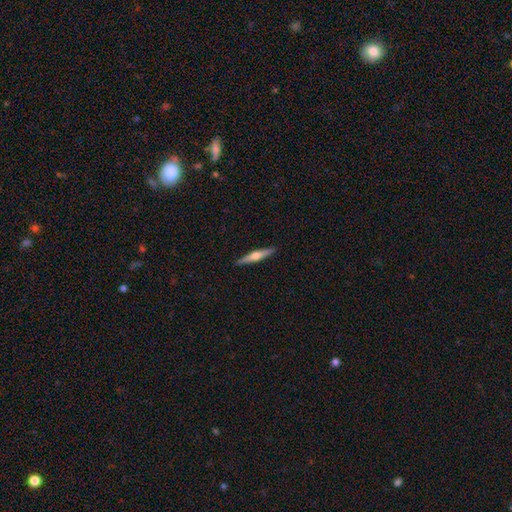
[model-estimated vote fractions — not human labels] A featured or disk galaxy (57%) viewed edge-on (97%) with a rounded central bulge (90%).

Vote fractions:
- Smooth or featured? featured or disk: 57% / smooth: 37% / star or artifact: 5%
- Edge-on disk? yes: 97% / no: 3%
- Edge-on bulge? rounded: 90% / none: 5% / boxy: 4%
- Merging? none: 92% / minor disturbance: 6% / major disturbance: 1% / merger: 1%